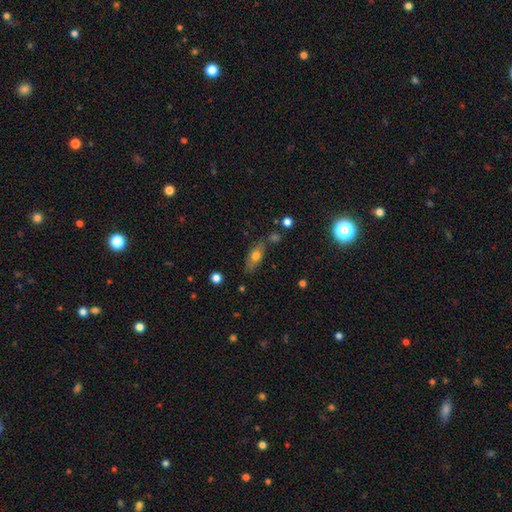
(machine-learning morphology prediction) Smooth or featured? Predicted: smooth (p=0.65). How rounded? Predicted: in between (p=0.71). Merging? Predicted: none (p=0.70).